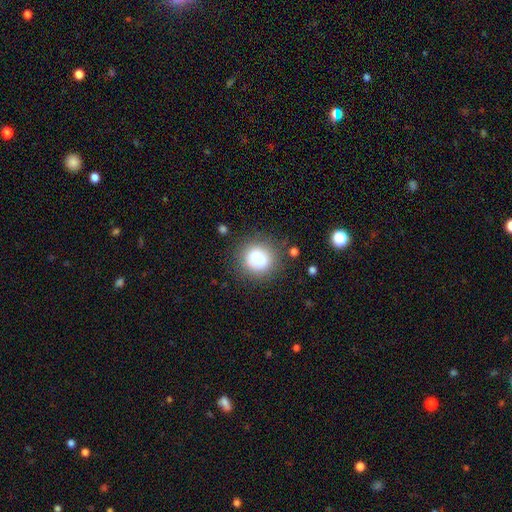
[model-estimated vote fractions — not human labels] Smooth or featured: smooth — 74% (featured or disk — 15%)
How rounded: round — 85% (in between — 14%)
Merging: none — 63% (minor disturbance — 16%)